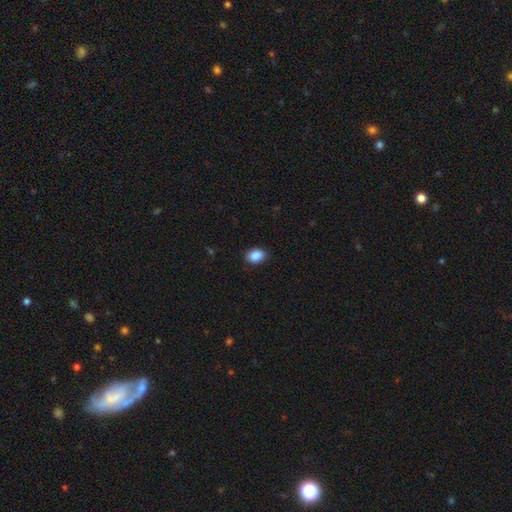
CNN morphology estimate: Overall: smooth (89%). How rounded: in between (77%). Merging: none (86%).